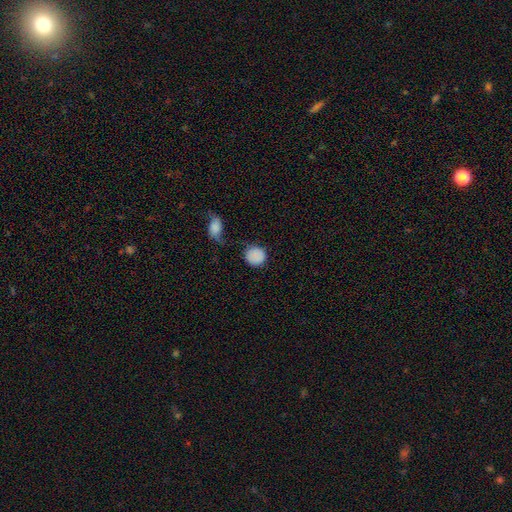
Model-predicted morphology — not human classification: A smooth galaxy with no disk features (85%) that is round (88%).

Vote fractions:
- Smooth or featured? smooth: 85% / star or artifact: 9% / featured or disk: 6%
- How rounded? round: 88% / in between: 11% / cigar-shaped: 1%
- Merging? none: 74% / minor disturbance: 15% / major disturbance: 6% / merger: 5%